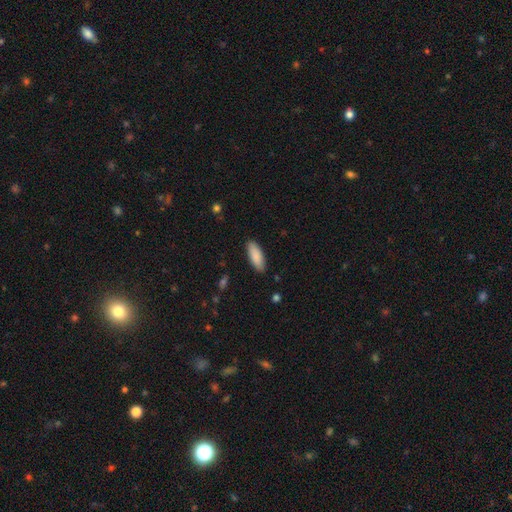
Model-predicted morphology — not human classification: This is clearly a smooth galaxy (88%). How rounded: likely in between (71%). Merging: clearly none (87%).